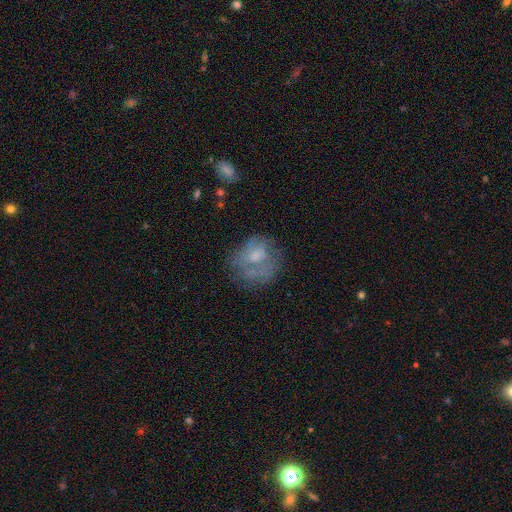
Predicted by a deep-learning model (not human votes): smooth_or_featured: featured or disk (p=0.44) [tied with: smooth p=0.44]
merging: none (p=0.53) [alt: minor disturbance p=0.24]